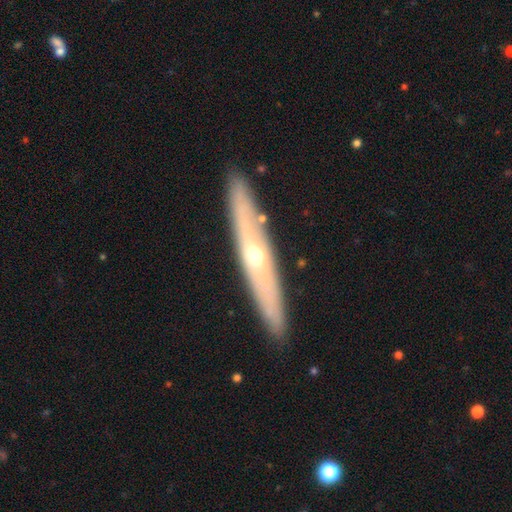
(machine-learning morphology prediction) This appears to be a featured or disk galaxy (57%) viewed edge-on (77%). Merging: none (87%).